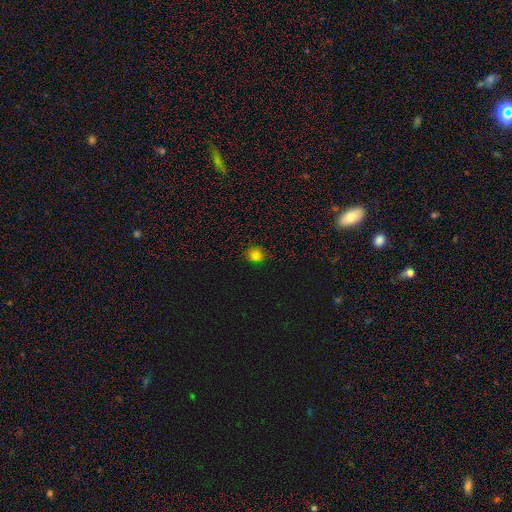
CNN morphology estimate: Smooth or featured: smooth — 74% (star or artifact — 21%)
How rounded: round — 76% (in between — 22%)
Merging: none — 85% (minor disturbance — 12%)